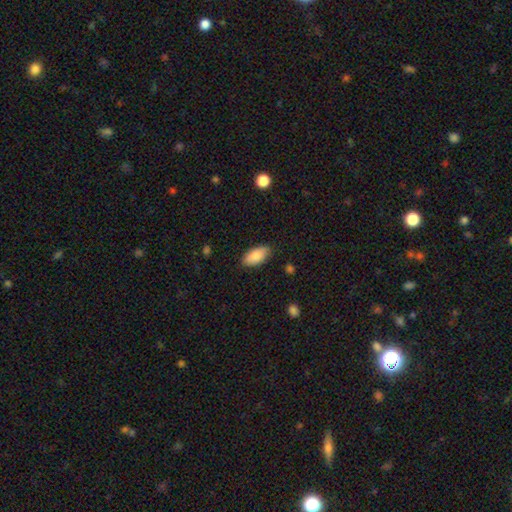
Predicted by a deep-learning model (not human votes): This is clearly a smooth galaxy (86%). How rounded: clearly in between (93%). Merging: clearly none (86%).